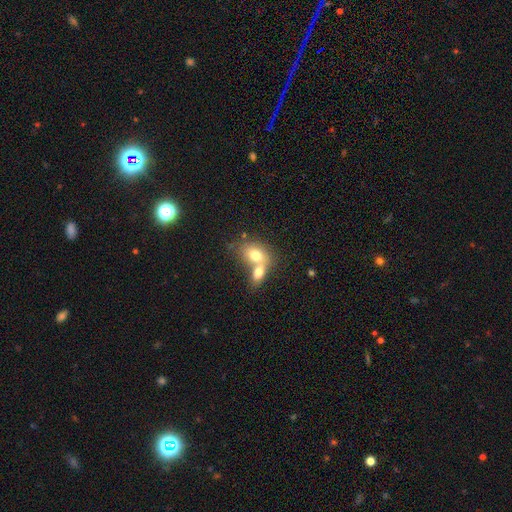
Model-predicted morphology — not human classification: type=smooth (72%); roundness=in between (74%); merging=merger (65%).